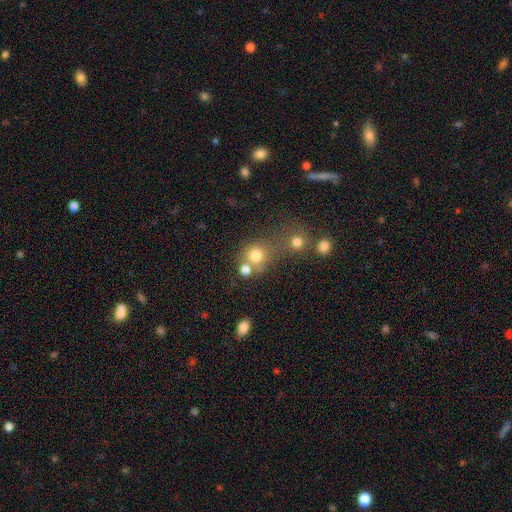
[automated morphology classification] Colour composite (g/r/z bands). It shows a smooth galaxy with no disk features (75%) that is round (80%). Merging: none (46%).